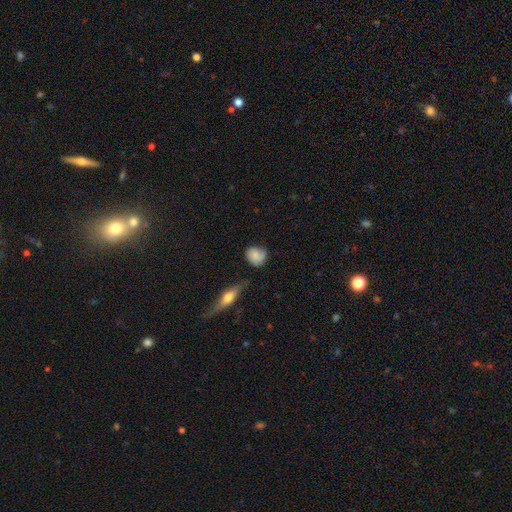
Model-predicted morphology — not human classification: Smooth or featured? smooth (75%)
How rounded? round (68%)
Merging? none (63%)